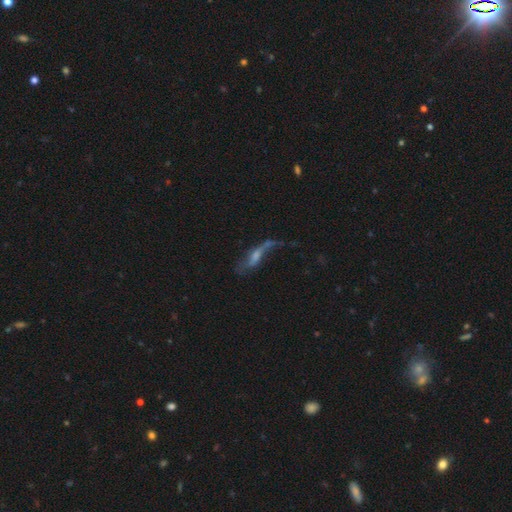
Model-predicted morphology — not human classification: This appears to be a featured or disk galaxy (65%). Merging: none (36%, tied with major disturbance).